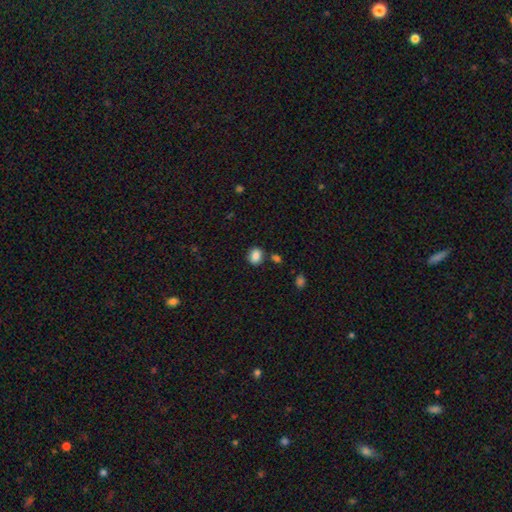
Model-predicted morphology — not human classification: smooth 86%, star or artifact 9%, featured or disk 5%. Down the decision tree: how rounded — round (62%); merging — none (79%).